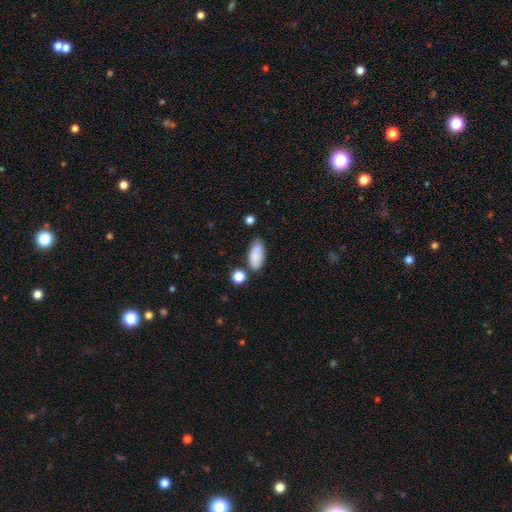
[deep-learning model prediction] smooth 83%, featured or disk 10%, star or artifact 8%. Down the decision tree: how rounded — in between (89%); merging — none (66%).